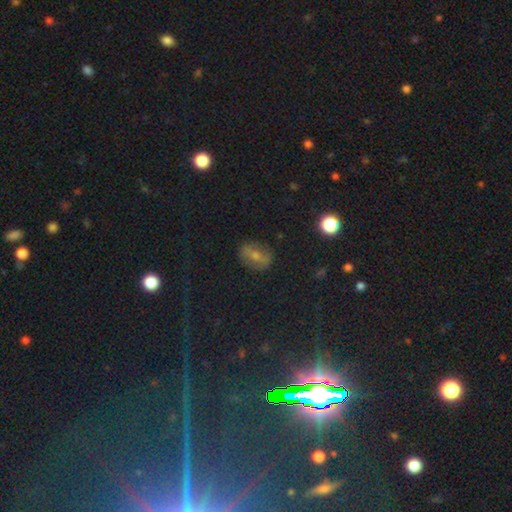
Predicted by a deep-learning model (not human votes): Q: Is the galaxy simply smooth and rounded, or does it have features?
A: smooth — 40%.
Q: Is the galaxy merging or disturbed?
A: none — 82%.